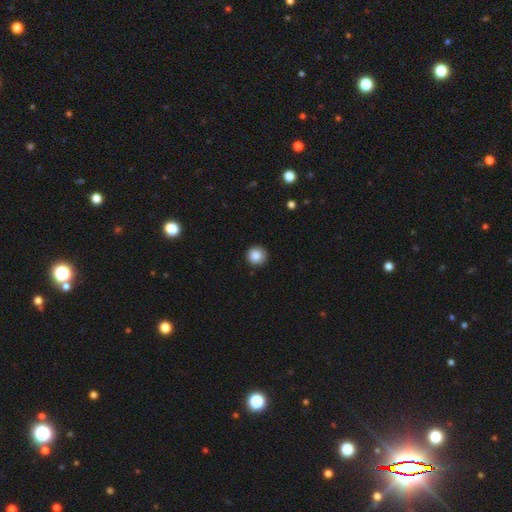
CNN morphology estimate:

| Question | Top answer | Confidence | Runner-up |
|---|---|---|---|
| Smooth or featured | smooth | 87% | star or artifact (9%) |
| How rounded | round | 95% | in between (4%) |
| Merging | none | 90% | minor disturbance (7%) |